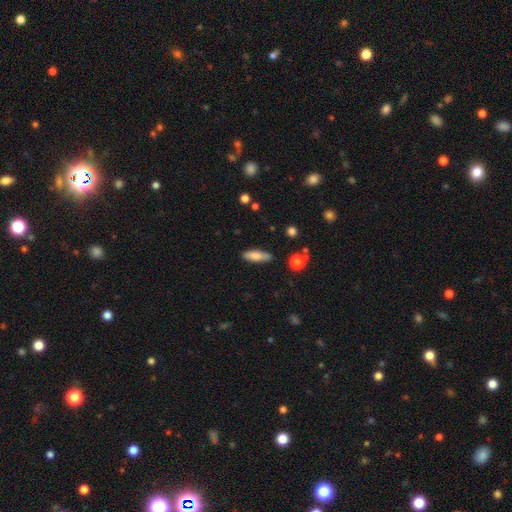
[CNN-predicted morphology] Overall: smooth (78%). How rounded: in between (50%; cigar-shaped 48%). Merging: none (83%).